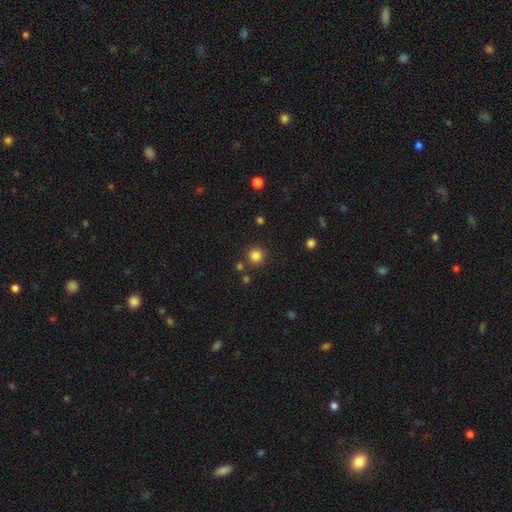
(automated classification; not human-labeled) This is clearly a smooth galaxy (83%). How rounded: clearly round (94%). Merging: clearly none (86%).